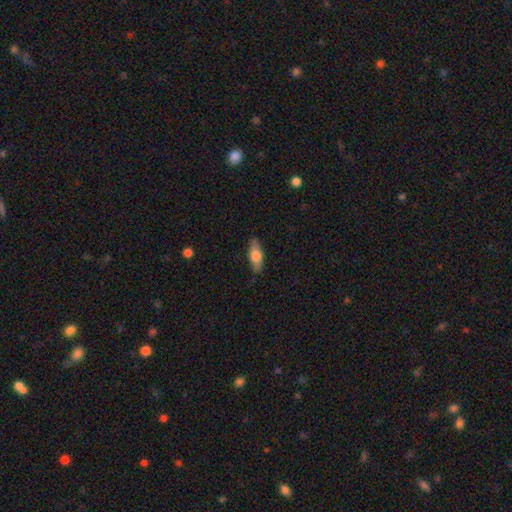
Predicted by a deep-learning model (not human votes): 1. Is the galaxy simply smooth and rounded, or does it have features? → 63% smooth, 31% featured or disk, 6% star or artifact.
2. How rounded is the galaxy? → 68% in between, 28% cigar-shaped, 3% round.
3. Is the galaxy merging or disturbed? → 81% none, 15% minor disturbance, 3% major disturbance, 1% merger.